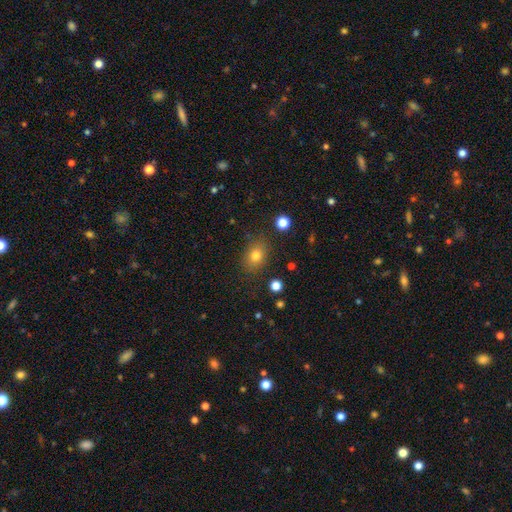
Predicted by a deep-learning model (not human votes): Morphology: type=smooth (77%); roundness=in between (62%); merging=none (84%).